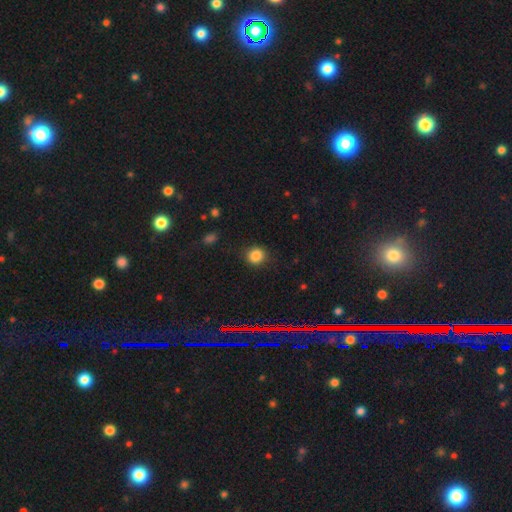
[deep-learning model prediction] This appears to be a smooth galaxy with no disk features (83%) that is round (86%). Merging: none (86%).